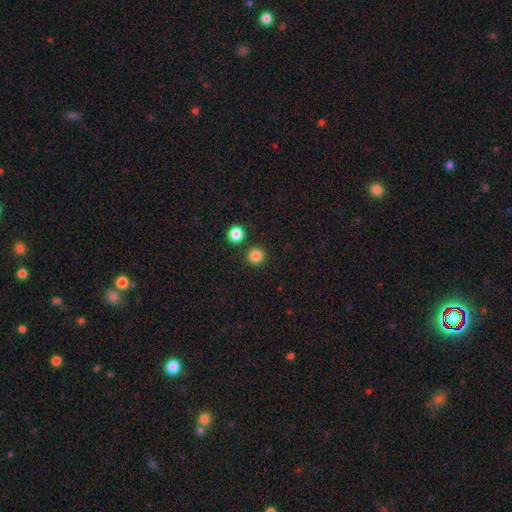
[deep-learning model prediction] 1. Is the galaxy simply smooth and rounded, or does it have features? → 85% smooth, 12% star or artifact, 3% featured or disk.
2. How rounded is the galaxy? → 94% round, 5% in between, 1% cigar-shaped.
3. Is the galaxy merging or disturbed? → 88% none, 5% merger, 5% minor disturbance, 2% major disturbance.